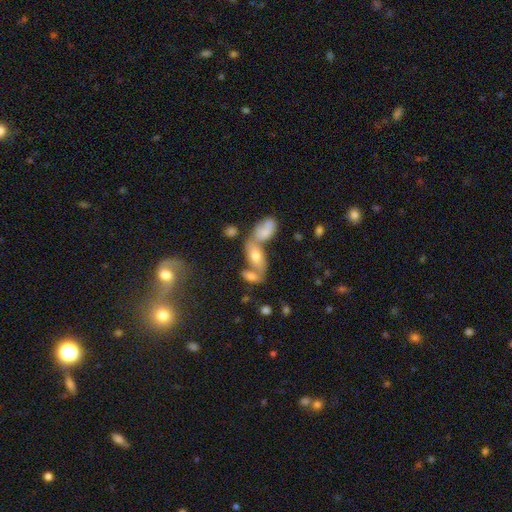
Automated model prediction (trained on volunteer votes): Morphology: type=smooth (49%); merging=merger (54%).